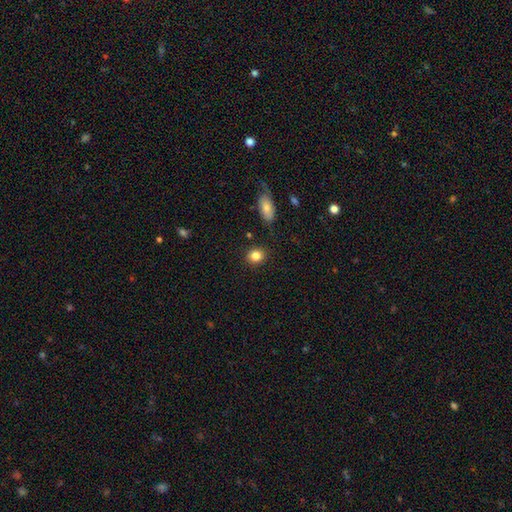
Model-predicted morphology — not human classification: Smooth or featured?
  - smooth: 84% *
  - star or artifact: 10%
  - featured or disk: 6%
How rounded?
  - round: 62% *
  - in between: 37%
  - cigar-shaped: 1%
Merging?
  - none: 86% *
  - minor disturbance: 9%
  - merger: 3%
  - major disturbance: 3%